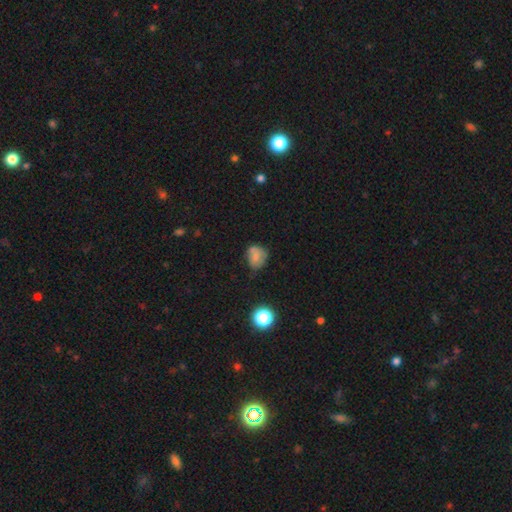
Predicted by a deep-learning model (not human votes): A smooth galaxy with no disk features (68%) that is round (61%).

Vote fractions:
- Smooth or featured? smooth: 68% / featured or disk: 20% / star or artifact: 12%
- How rounded? round: 61% / in between: 38% / cigar-shaped: 1%
- Merging? none: 48% / minor disturbance: 28% / merger: 13% / major disturbance: 10%